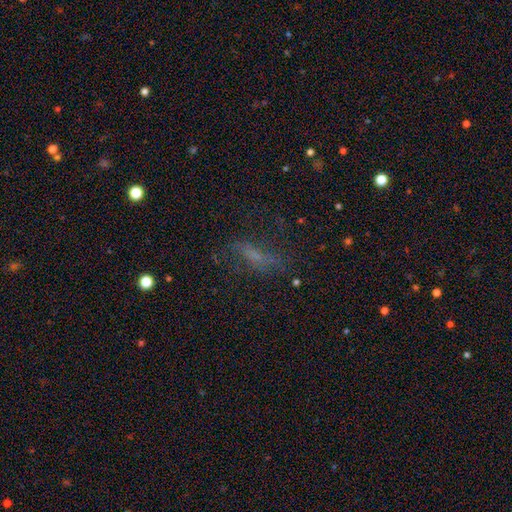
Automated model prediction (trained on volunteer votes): Smooth or featured: smooth — 42% (featured or disk — 34%)
Merging: none — 57% (minor disturbance — 21%)